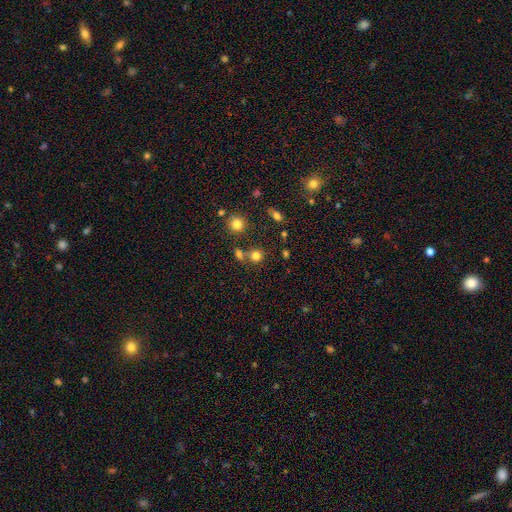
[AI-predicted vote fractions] A smooth galaxy with no disk features (77%) that is round (86%). Merging: none (65%).